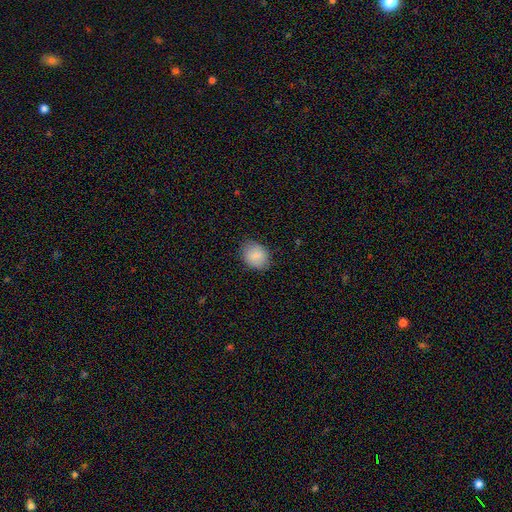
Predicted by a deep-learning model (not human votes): The model was most divided on "how rounded": in between: 56%, round: 43%, cigar-shaped: 1%. More confident: smooth or featured — smooth (86%); merging — none (83%).